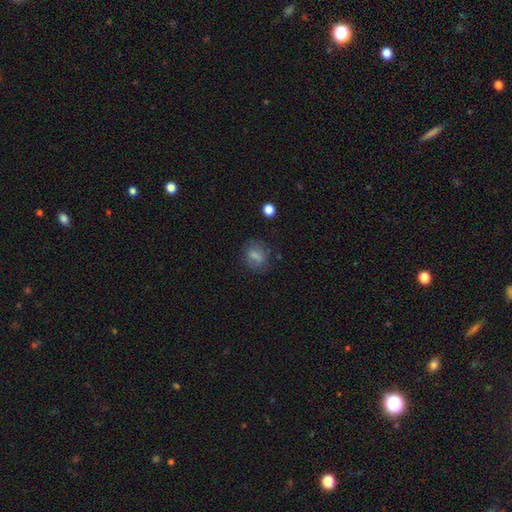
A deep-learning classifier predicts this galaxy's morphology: type=smooth (74%); roundness=in between (55%); merging=none (68%).